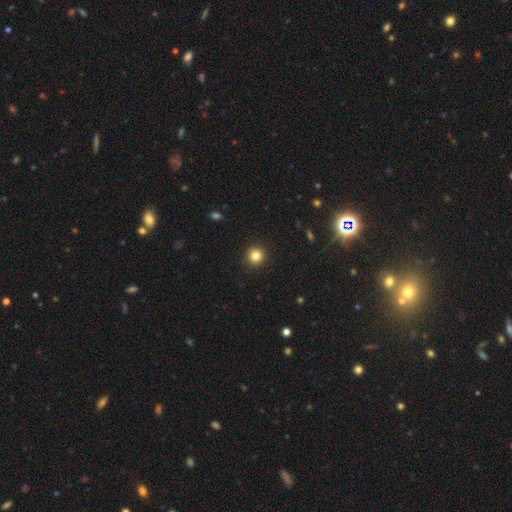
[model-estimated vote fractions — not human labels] smooth 83%, star or artifact 12%, featured or disk 5%. Down the decision tree: how rounded — round (94%); merging — none (92%).